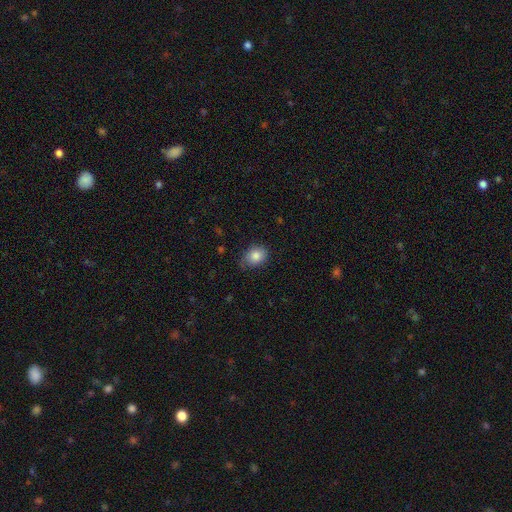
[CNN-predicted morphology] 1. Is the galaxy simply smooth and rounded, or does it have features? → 85% smooth, 8% star or artifact, 7% featured or disk.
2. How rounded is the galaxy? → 59% in between, 40% round, 1% cigar-shaped.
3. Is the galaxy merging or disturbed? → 70% none, 25% minor disturbance, 4% major disturbance, 1% merger.